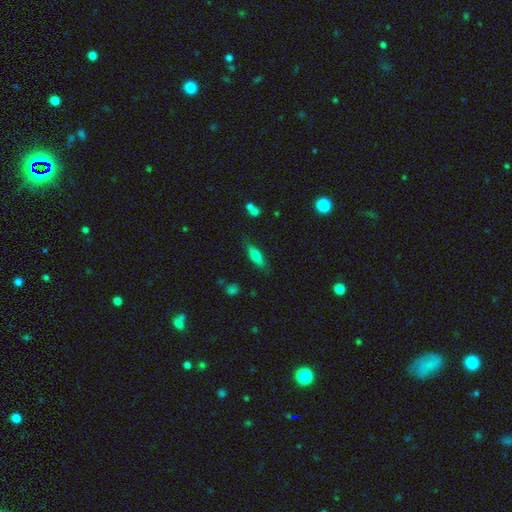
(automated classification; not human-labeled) Smooth or featured? smooth (65%)
How rounded? in between (52%)
Merging? none (79%)